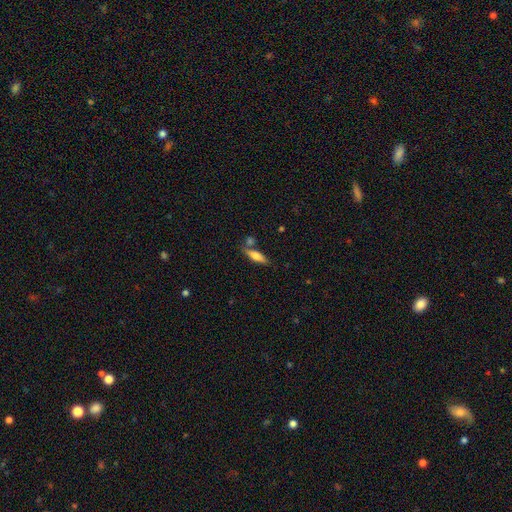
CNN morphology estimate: A smooth galaxy with no disk features (64%) that is cigar-shaped (58%).

Vote fractions:
- Smooth or featured? smooth: 64% / featured or disk: 28% / star or artifact: 7%
- How rounded? cigar-shaped: 58% / in between: 39% / round: 2%
- Merging? none: 65% / merger: 16% / minor disturbance: 14% / major disturbance: 4%